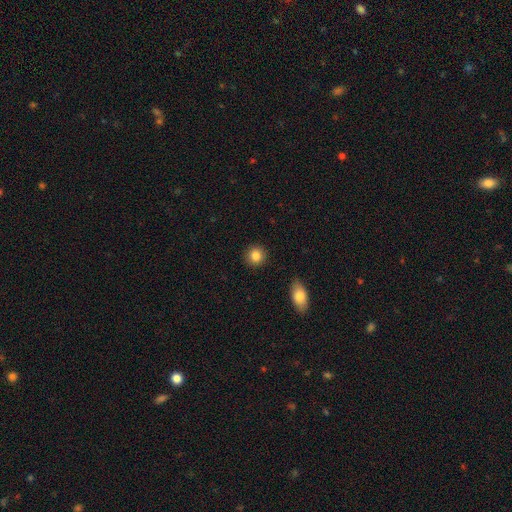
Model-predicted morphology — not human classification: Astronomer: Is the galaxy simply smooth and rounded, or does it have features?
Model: smooth — 85%.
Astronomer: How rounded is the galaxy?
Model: round — 91%.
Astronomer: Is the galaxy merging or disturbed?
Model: none — 91%.